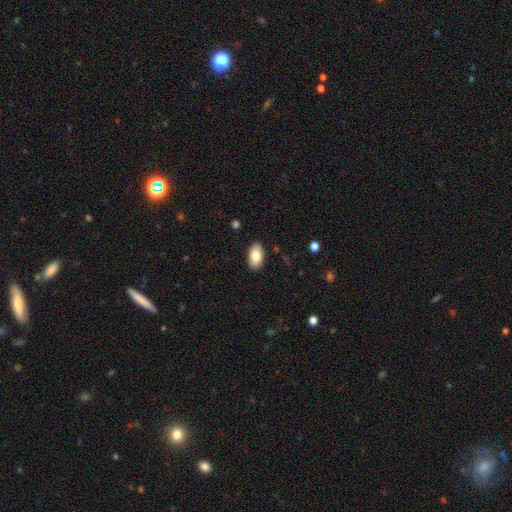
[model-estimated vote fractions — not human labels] Smooth or featured?
  - smooth: 82% *
  - featured or disk: 12%
  - star or artifact: 6%
How rounded?
  - in between: 95% *
  - round: 4%
  - cigar-shaped: 2%
Merging?
  - none: 89% *
  - minor disturbance: 8%
  - major disturbance: 2%
  - merger: 1%